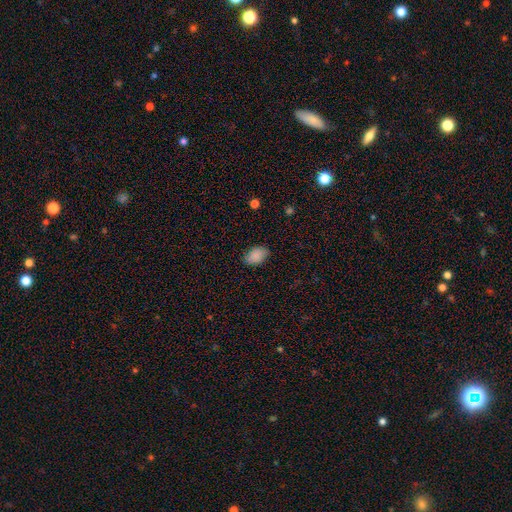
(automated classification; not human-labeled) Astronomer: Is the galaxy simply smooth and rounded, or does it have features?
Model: smooth — 88%.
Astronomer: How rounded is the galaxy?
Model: in between — 85%.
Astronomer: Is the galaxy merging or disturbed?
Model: none — 84%.